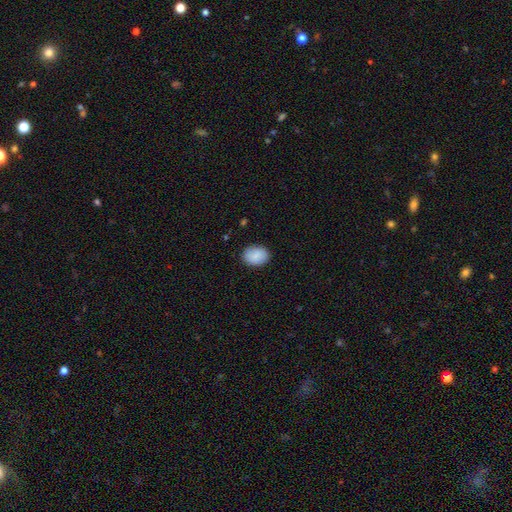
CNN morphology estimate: smooth-or-featured: smooth: 88% | star or artifact: 7% | featured or disk: 5%
  how-rounded: in between: 66% | round: 33% | cigar-shaped: 1%
  merging: none: 87% | minor disturbance: 9% | major disturbance: 2% | merger: 1%